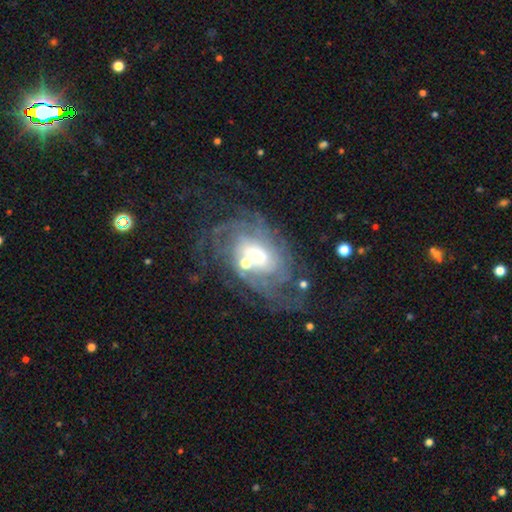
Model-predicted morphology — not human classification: Smooth or featured?
  - featured or disk: 83% *
  - smooth: 9%
  - star or artifact: 8%
Edge-on disk?
  - no: 96% *
  - yes: 4%
Bar?
  - no: 61% *
  - weak: 29%
  - strong: 10%
Spiral arms?
  - yes: 94% *
  - no: 6%
Spiral winding?
  - tight: 59% *
  - medium: 29%
  - loose: 11%
Spiral arm count?
  - can't tell: 37% *
  - 2: 16%
  - 3: 15%
  - 4: 14%
  - more than 4: 11%
  - 1: 7%
Bulge size?
  - moderate: 43% *
  - small: 31%
  - large: 20%
  - none: 3%
  - dominant: 3%
Merging?
  - none: 59% *
  - minor disturbance: 18%
  - major disturbance: 15%
  - merger: 7%